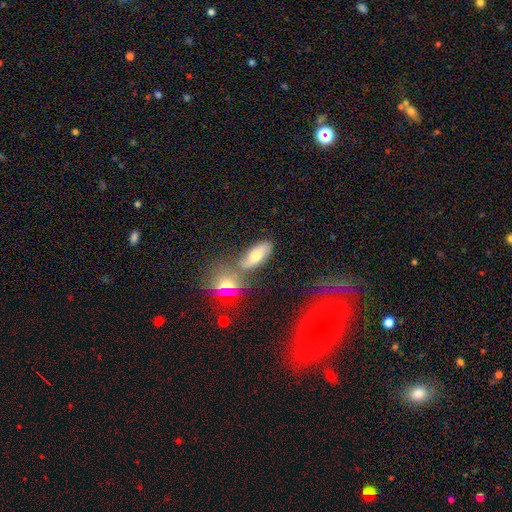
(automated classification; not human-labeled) Smooth or featured: smooth — 62% (featured or disk — 21%)
How rounded: in between — 80% (cigar-shaped — 15%)
Merging: none — 65% (minor disturbance — 15%)